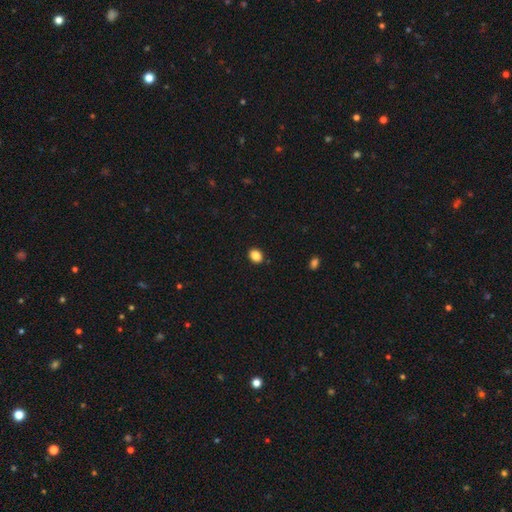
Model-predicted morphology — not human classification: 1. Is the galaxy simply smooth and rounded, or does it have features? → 86% smooth, 10% star or artifact, 4% featured or disk.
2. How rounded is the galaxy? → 54% round, 45% in between, 1% cigar-shaped.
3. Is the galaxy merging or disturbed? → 90% none, 7% minor disturbance, 2% major disturbance, 1% merger.